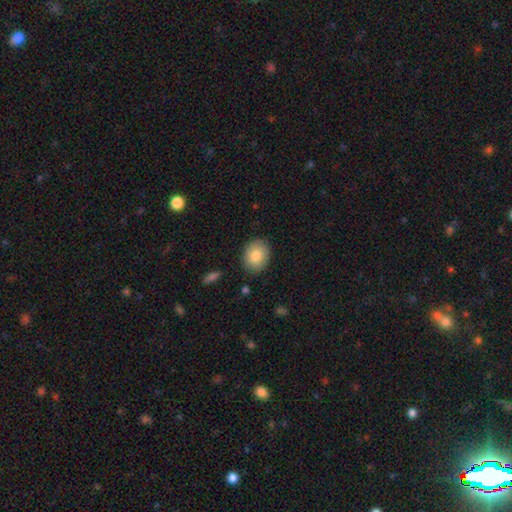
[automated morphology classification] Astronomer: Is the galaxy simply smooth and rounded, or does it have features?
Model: smooth — 82%.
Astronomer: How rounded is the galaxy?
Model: in between — 57% (runner-up: round, 42%).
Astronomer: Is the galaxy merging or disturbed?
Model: none — 86%.